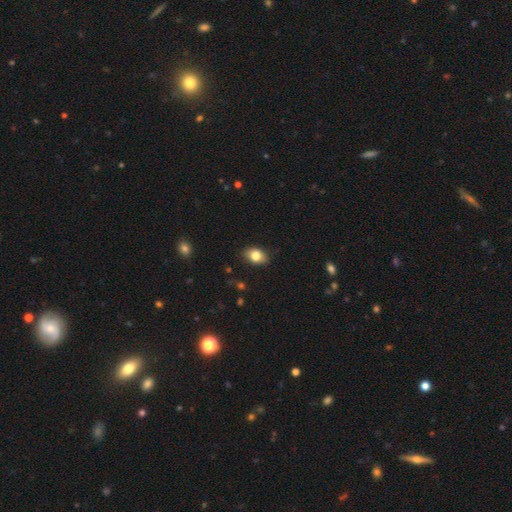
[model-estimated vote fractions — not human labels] Smooth or featured? Predicted: smooth (p=0.81). How rounded? Predicted: in between (p=0.80). Merging? Predicted: none (p=0.84).